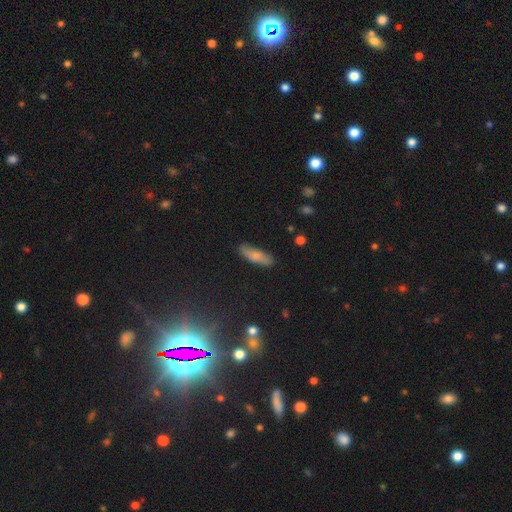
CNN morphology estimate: smooth-or-featured: smooth: 76% | featured or disk: 17% | star or artifact: 8%
  how-rounded: cigar-shaped: 51% | in between: 47% | round: 2%
  merging: none: 82% | minor disturbance: 14% | major disturbance: 3% | merger: 2%